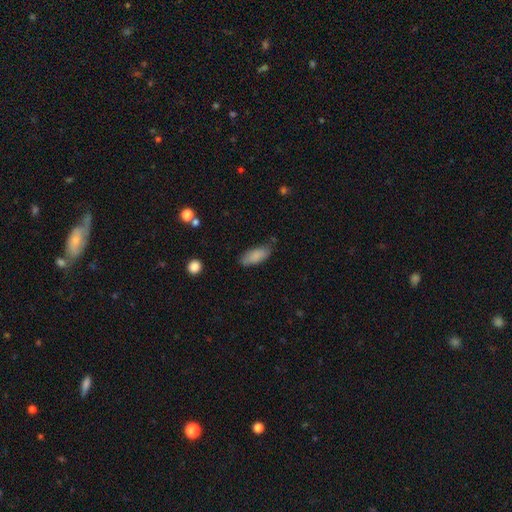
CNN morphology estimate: A smooth galaxy with no disk features (84%) that is in between round and cigar-shaped (81%).

Vote fractions:
- Smooth or featured? smooth: 84% / featured or disk: 10% / star or artifact: 6%
- How rounded? in between: 81% / cigar-shaped: 17% / round: 2%
- Merging? none: 70% / minor disturbance: 23% / major disturbance: 4% / merger: 2%